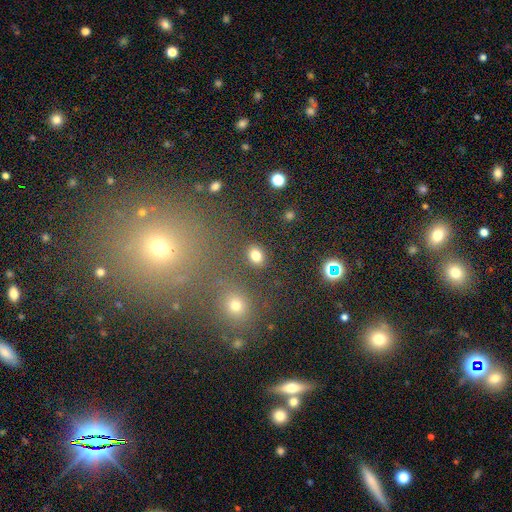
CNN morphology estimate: Smooth or featured?
  - smooth: 80% *
  - star or artifact: 14%
  - featured or disk: 6%
How rounded?
  - in between: 55% *
  - round: 44%
  - cigar-shaped: 1%
Merging?
  - none: 86% *
  - minor disturbance: 8%
  - merger: 3%
  - major disturbance: 3%